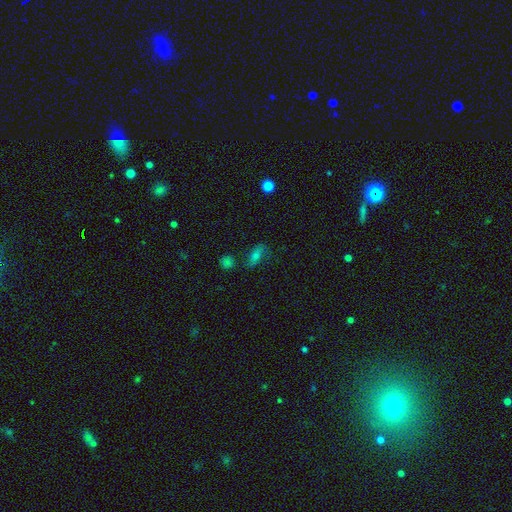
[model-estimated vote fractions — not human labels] This appears to be a featured or disk galaxy (42%). Merging: none (66%).